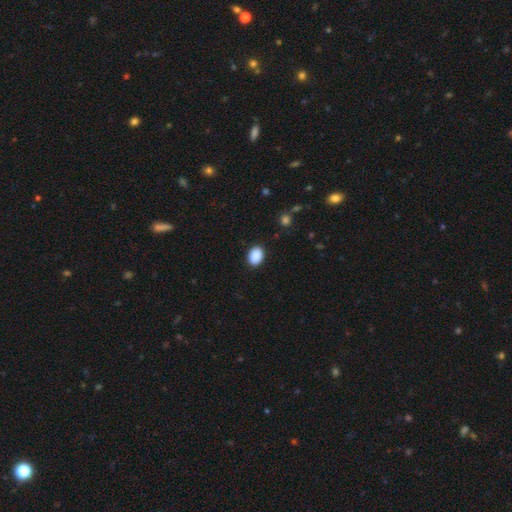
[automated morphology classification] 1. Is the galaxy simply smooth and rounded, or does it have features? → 90% smooth, 8% star or artifact, 2% featured or disk.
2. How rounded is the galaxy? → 73% in between, 26% round, 1% cigar-shaped.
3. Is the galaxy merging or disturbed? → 89% none, 8% minor disturbance, 2% major disturbance, 1% merger.